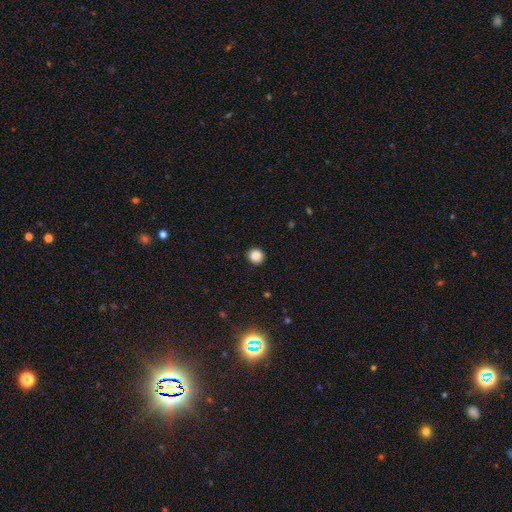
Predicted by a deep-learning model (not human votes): A smooth galaxy with no disk features (86%) that is round (93%).

Vote fractions:
- Smooth or featured? smooth: 86% / star or artifact: 11% / featured or disk: 3%
- How rounded? round: 93% / in between: 6% / cigar-shaped: 1%
- Merging? none: 93% / minor disturbance: 5% / major disturbance: 2% / merger: 1%